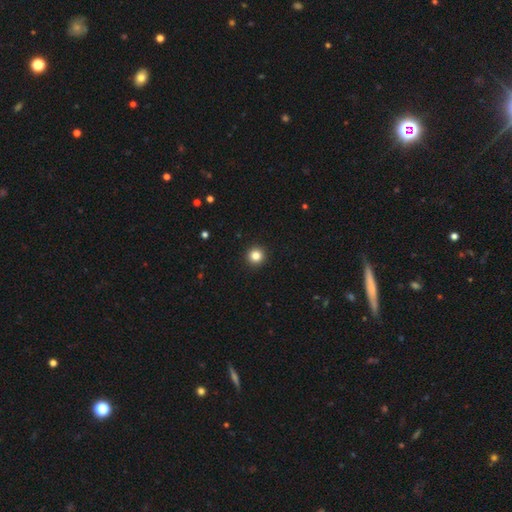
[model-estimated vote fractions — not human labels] The model was most divided on "smooth or featured": smooth: 84%, star or artifact: 11%, featured or disk: 5%. More confident: how rounded — round (96%); merging — none (94%).